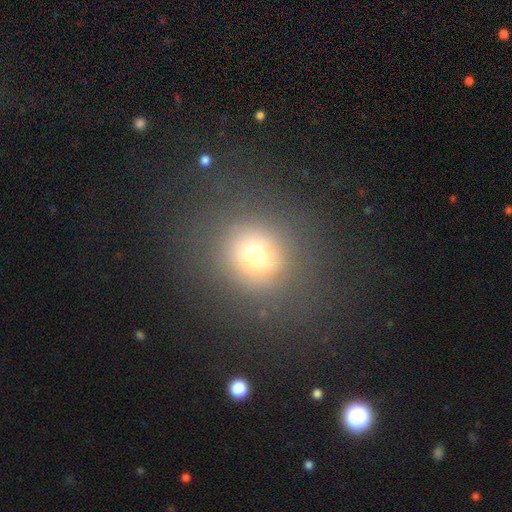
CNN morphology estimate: Smooth or featured?
  - smooth: 67% *
  - star or artifact: 20%
  - featured or disk: 13%
How rounded?
  - round: 87% *
  - in between: 12%
  - cigar-shaped: 1%
Merging?
  - none: 80% *
  - minor disturbance: 10%
  - major disturbance: 8%
  - merger: 2%